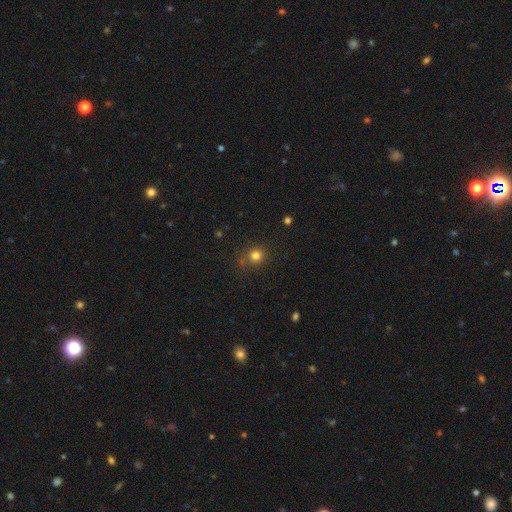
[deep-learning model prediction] Morphology: type=smooth (79%); roundness=round (89%); merging=none (80%).